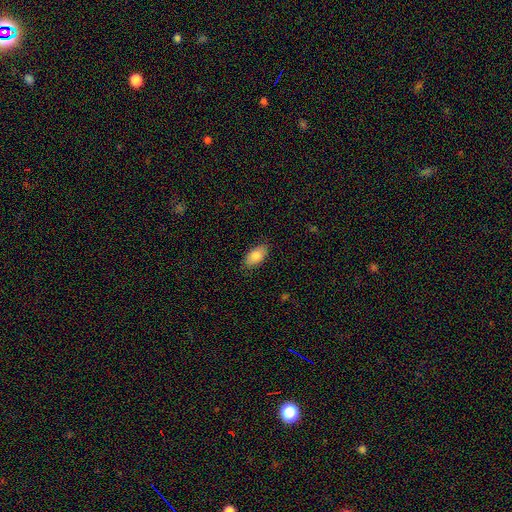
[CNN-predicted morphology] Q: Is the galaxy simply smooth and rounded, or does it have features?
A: smooth — 83%.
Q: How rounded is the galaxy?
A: in between — 93%.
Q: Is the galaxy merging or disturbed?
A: none — 84%.